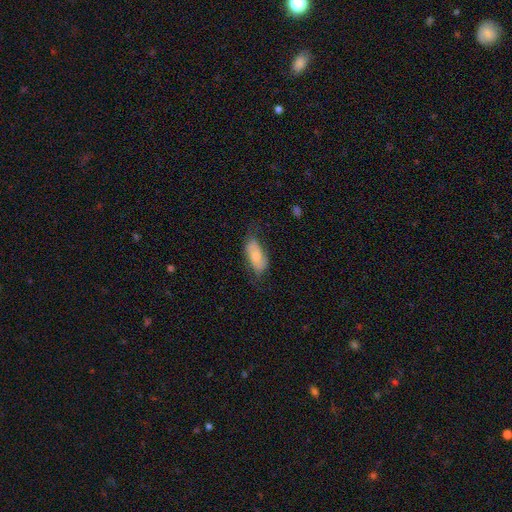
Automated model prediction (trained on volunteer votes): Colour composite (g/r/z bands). It shows a smooth galaxy with no disk features (57%) that is in between round and cigar-shaped (87%). Merging: none (58%).